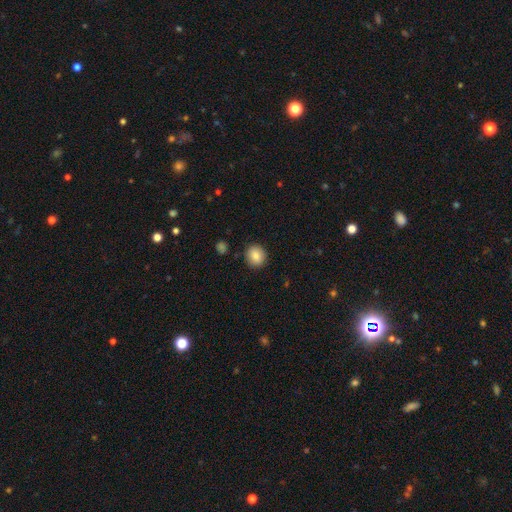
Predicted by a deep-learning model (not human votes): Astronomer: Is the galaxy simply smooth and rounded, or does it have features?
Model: smooth — 86%.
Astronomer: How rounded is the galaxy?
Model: round — 78%.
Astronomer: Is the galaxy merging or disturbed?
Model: none — 89%.